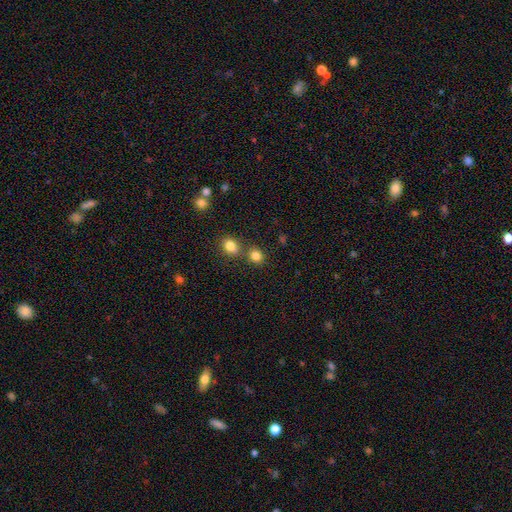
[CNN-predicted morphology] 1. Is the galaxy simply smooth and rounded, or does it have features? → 82% smooth, 12% star or artifact, 5% featured or disk.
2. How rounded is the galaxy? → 80% round, 19% in between, 1% cigar-shaped.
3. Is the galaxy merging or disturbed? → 66% none, 23% merger, 8% minor disturbance, 3% major disturbance.